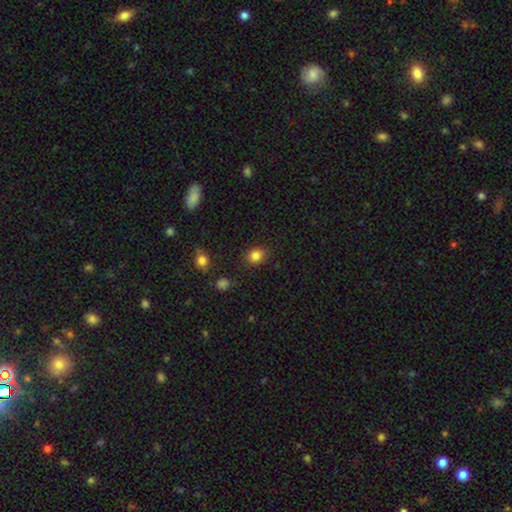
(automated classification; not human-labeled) The model was most divided on "how rounded": round: 66%, in between: 33%, cigar-shaped: 1%. More confident: merging — none (86%); smooth or featured — smooth (84%).